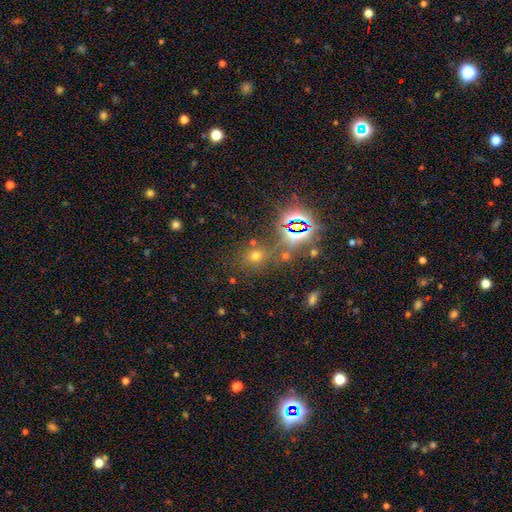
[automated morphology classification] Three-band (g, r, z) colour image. It shows a smooth galaxy with no disk features (51%) that is round (70%). Merging: none (69%).